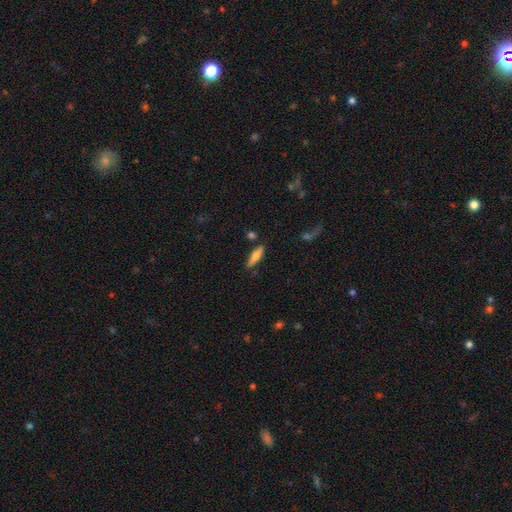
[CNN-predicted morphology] type=smooth (64%); roundness=cigar-shaped (62%); merging=none (82%).